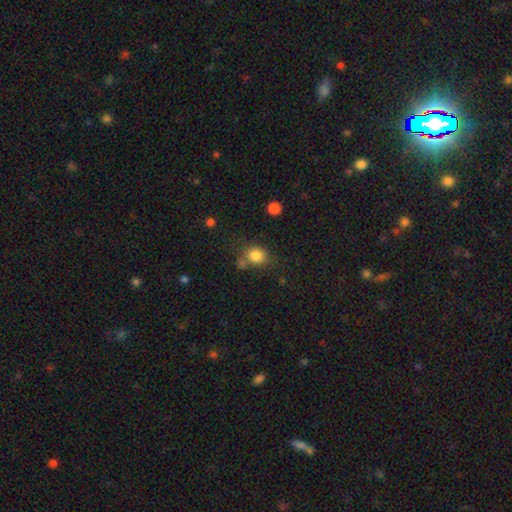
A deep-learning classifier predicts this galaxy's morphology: A smooth galaxy with no disk features (83%) that is round (70%). Merging: none (60%).